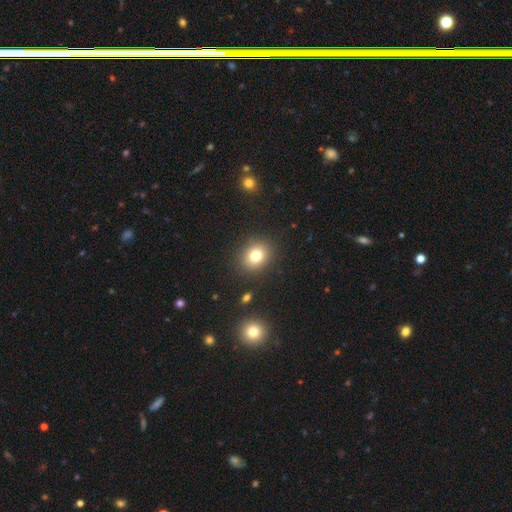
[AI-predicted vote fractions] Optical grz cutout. It shows a smooth galaxy with no disk features (78%) that is round (67%). Merging: none (88%).